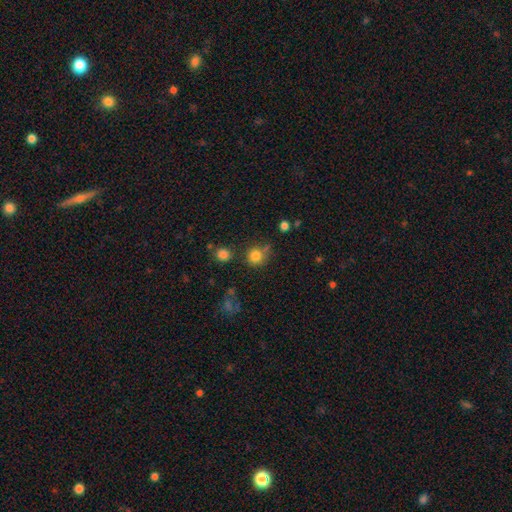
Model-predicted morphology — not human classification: Smooth or featured?
  - smooth: 80% *
  - star or artifact: 13%
  - featured or disk: 6%
How rounded?
  - round: 89% *
  - in between: 10%
  - cigar-shaped: 1%
Merging?
  - none: 67% *
  - minor disturbance: 16%
  - merger: 11%
  - major disturbance: 6%